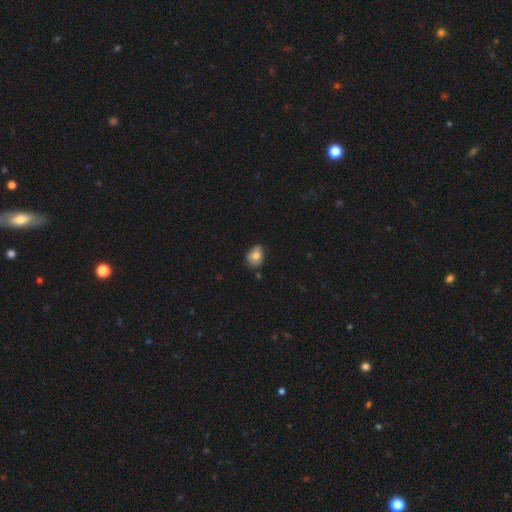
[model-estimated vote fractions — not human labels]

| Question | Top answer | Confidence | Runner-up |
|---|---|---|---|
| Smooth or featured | smooth | 74% | featured or disk (17%) |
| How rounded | in between | 59% | round (40%) |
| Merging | none | 56% | minor disturbance (34%) |